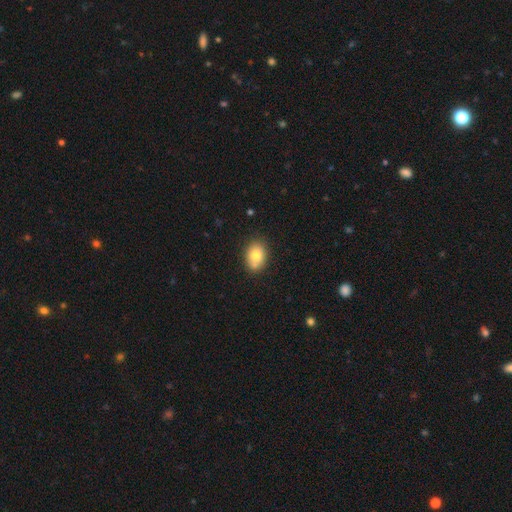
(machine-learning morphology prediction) smooth 80%, featured or disk 12%, star or artifact 9%. Down the decision tree: how rounded — in between (72%); merging — none (72%).